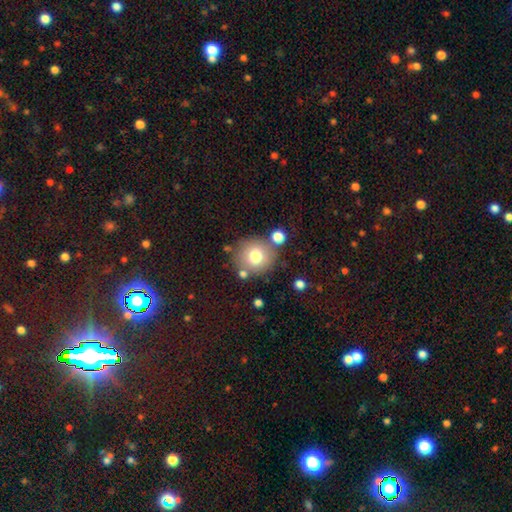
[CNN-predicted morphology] This is possibly a smooth galaxy (60%). How rounded: clearly round (92%). Merging: likely none (79%).